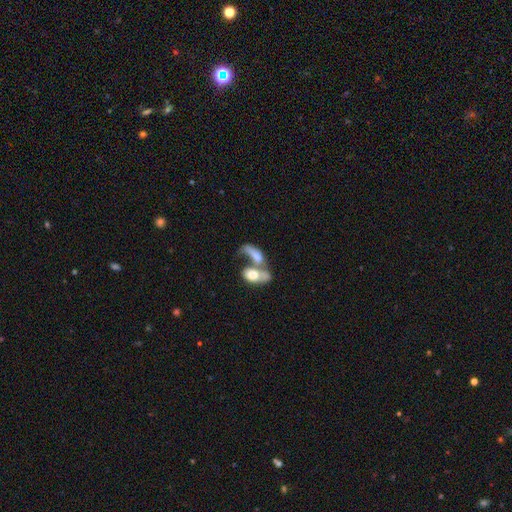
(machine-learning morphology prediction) Q: Smooth or featured?
A: smooth (60%); runner-up: featured or disk (32%)
Q: How rounded?
A: in between (82%); runner-up: round (10%)
Q: Merging?
A: merger (71%); runner-up: major disturbance (13%)